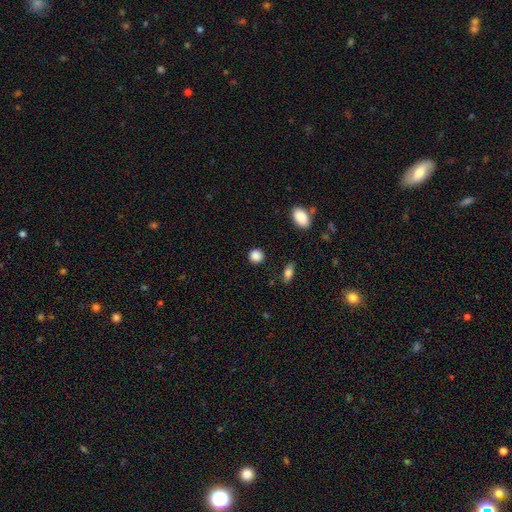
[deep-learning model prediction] A smooth galaxy with no disk features (88%) that is round (87%). Merging: none (89%).